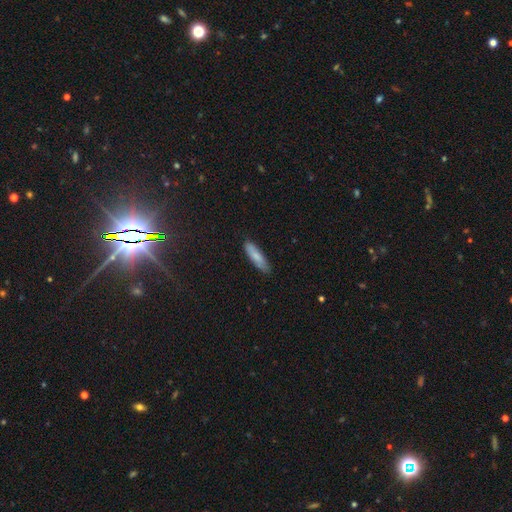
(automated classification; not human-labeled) Smooth or featured? smooth (78%)
How rounded? cigar-shaped (71%)
Merging? none (83%)